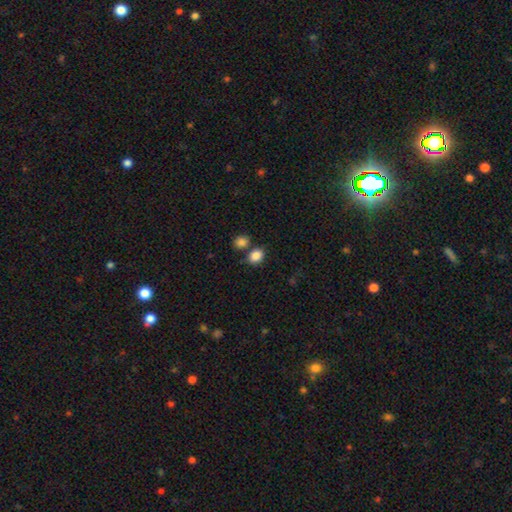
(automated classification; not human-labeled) smooth-or-featured: smooth: 86% | star or artifact: 9% | featured or disk: 4%
  how-rounded: in between: 63% | round: 36% | cigar-shaped: 1%
  merging: none: 65% | merger: 21% | minor disturbance: 11% | major disturbance: 3%